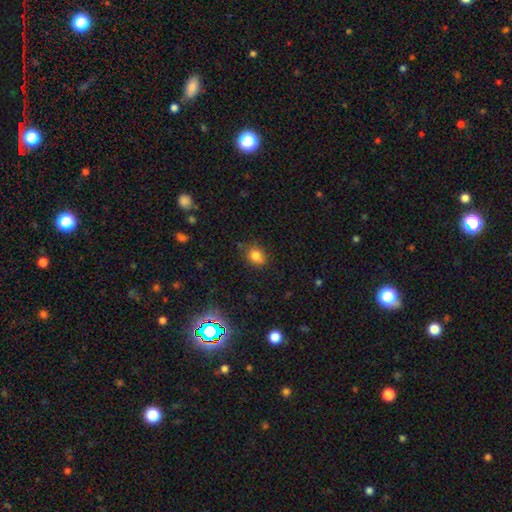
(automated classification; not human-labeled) Q: Smooth or featured?
A: smooth (80%); runner-up: star or artifact (13%)
Q: How rounded?
A: in between (52%); runner-up: round (46%)
Q: Merging?
A: none (75%); runner-up: minor disturbance (19%)